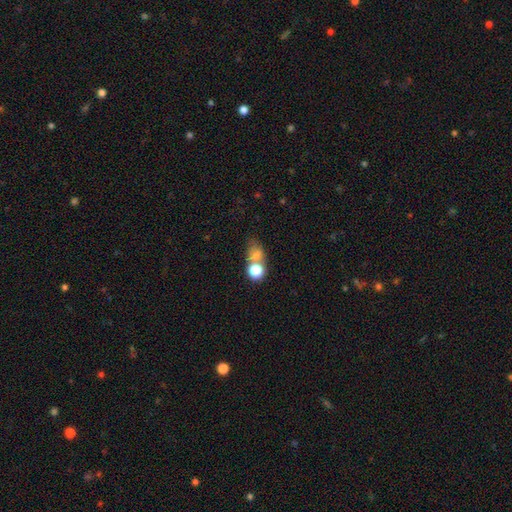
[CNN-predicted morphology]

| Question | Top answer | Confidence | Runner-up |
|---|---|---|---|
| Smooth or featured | smooth | 66% | star or artifact (20%) |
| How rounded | round | 50% | in between (48%) |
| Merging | none | 41% | merger (36%) |